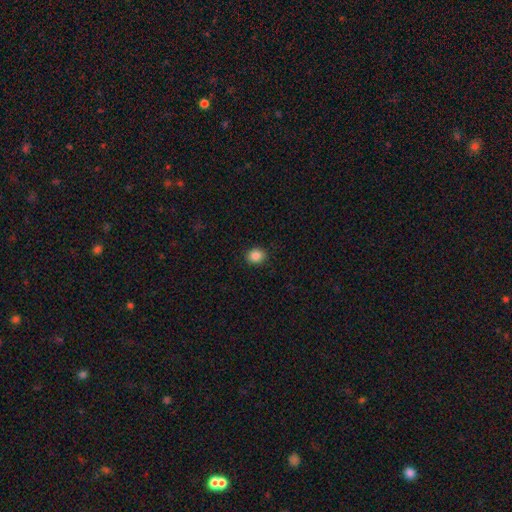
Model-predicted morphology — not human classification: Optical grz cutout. It shows a smooth galaxy with no disk features (87%) that is round (64%). Merging: none (90%).